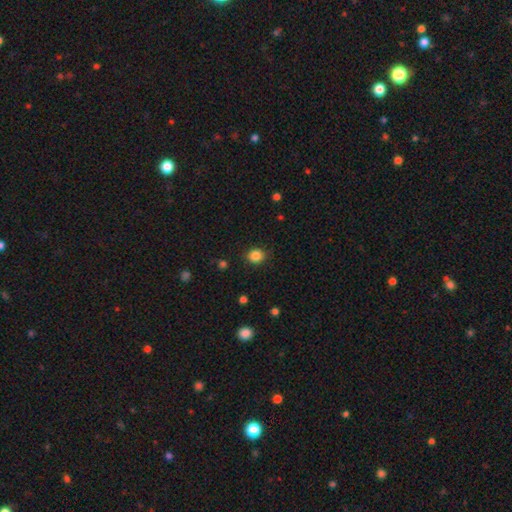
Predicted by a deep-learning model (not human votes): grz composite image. It shows a smooth galaxy with no disk features (85%) that is round (79%). Merging: none (87%).